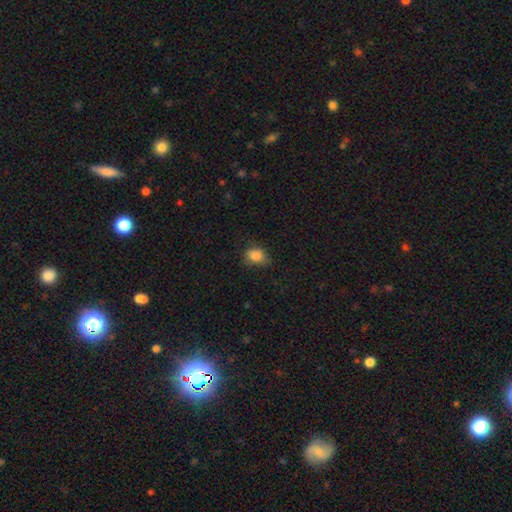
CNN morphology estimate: Smooth or featured: smooth — 85% (star or artifact — 9%)
How rounded: in between — 56% (round — 43%)
Merging: none — 65% (minor disturbance — 27%)